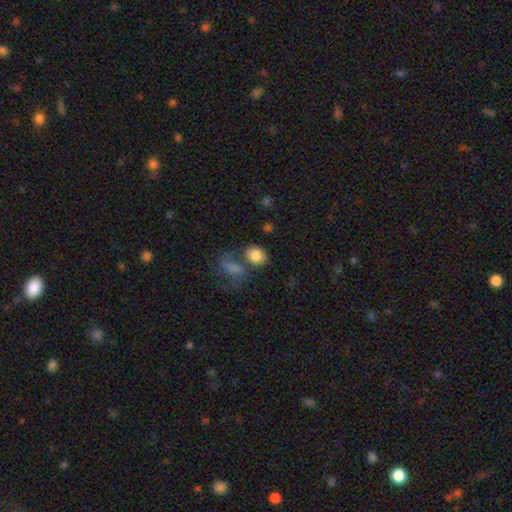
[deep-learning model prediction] This appears to be a smooth galaxy with no disk features (82%) that is in between round and cigar-shaped (50%). Merging: none (50%).